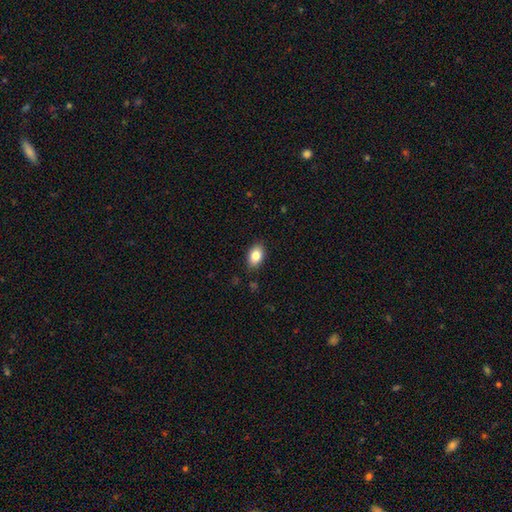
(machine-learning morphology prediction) This is clearly a smooth galaxy (84%). How rounded: clearly in between (86%). Merging: clearly none (86%).